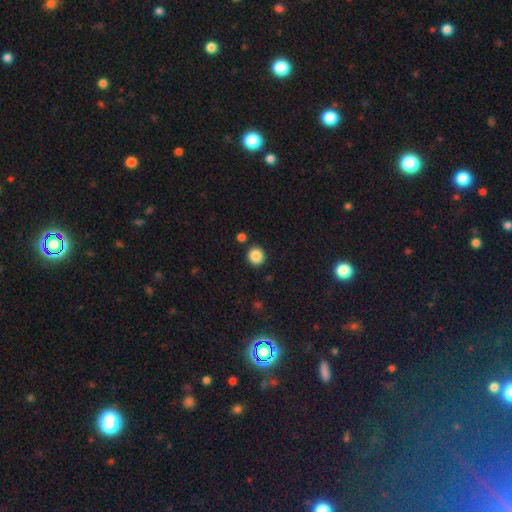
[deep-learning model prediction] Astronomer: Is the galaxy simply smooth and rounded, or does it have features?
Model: smooth — 87%.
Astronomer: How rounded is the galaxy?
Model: round — 88%.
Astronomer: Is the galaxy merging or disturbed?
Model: none — 88%.